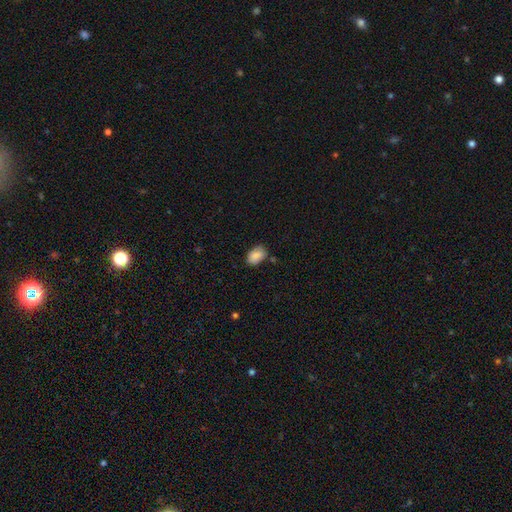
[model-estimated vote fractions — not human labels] Smooth or featured? smooth (87%)
How rounded? in between (88%)
Merging? none (74%)